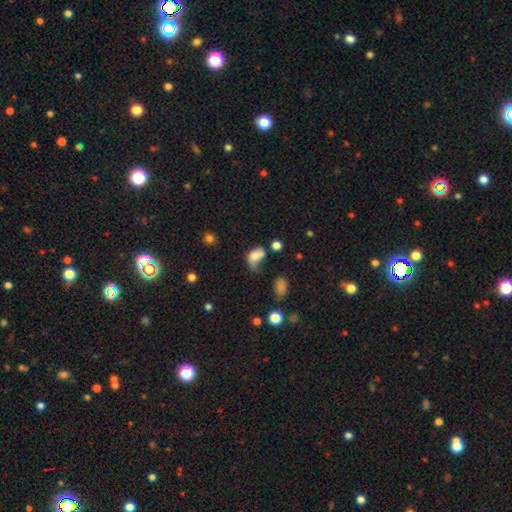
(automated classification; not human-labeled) Smooth or featured? Predicted: smooth (p=0.65). How rounded? Predicted: in between (p=0.77). Merging? Predicted: major disturbance (p=0.31).